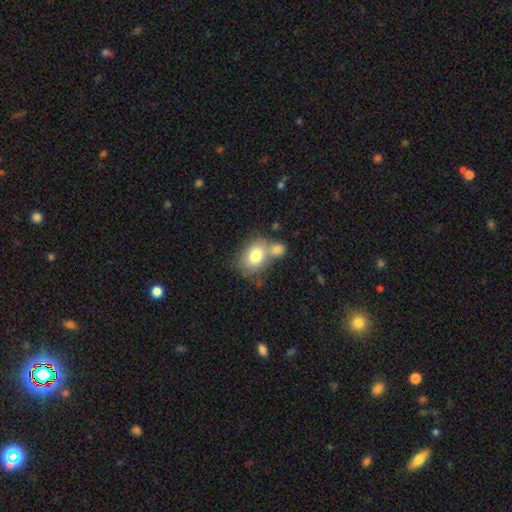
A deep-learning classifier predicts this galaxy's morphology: This is likely a smooth galaxy (78%). How rounded: likely in between (71%). Merging: marginally none (42%).